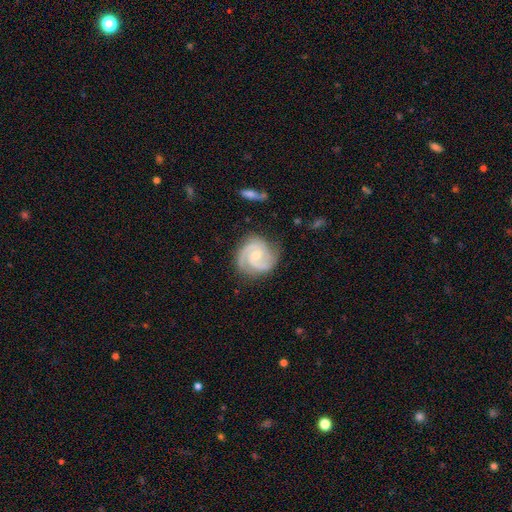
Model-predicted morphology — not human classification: A featured or disk galaxy (89%) with no bar (61%), 2 (64%) tight (56%) spiral arms (98%) and a small central bulge (58%).

Vote fractions:
- Smooth or featured? featured or disk: 89% / smooth: 7% / star or artifact: 4%
- Edge-on disk? no: 98% / yes: 2%
- Bar? no: 61% / weak: 33% / strong: 6%
- Spiral arms? yes: 98% / no: 2%
- Spiral winding? tight: 56% / medium: 38% / loose: 6%
- Spiral arm count? 2: 64% / 3: 24% / can't tell: 5% / 1: 3% / 4: 2% / more than 4: 2%
- Bulge size? small: 58% / moderate: 37% / none: 2% / large: 1% / dominant: 1%
- Merging? none: 76% / minor disturbance: 17% / major disturbance: 5% / merger: 2%